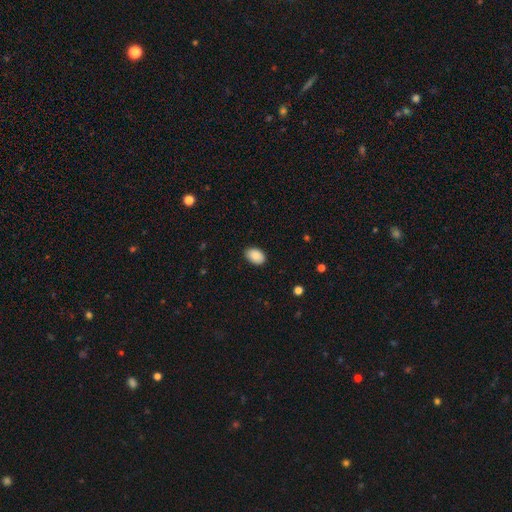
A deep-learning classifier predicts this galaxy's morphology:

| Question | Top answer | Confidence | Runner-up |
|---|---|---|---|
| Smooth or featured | smooth | 89% | star or artifact (7%) |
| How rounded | in between | 85% | round (14%) |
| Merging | none | 87% | minor disturbance (10%) |